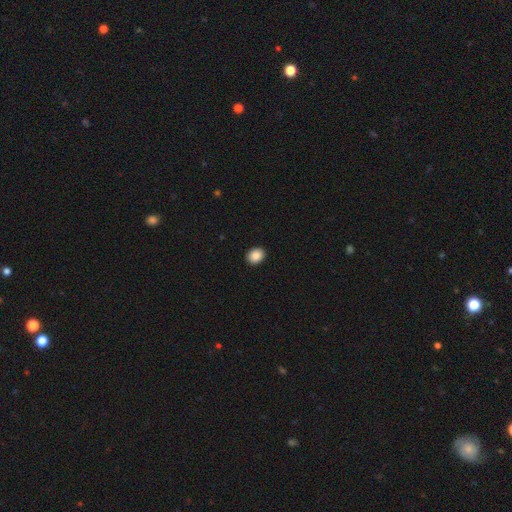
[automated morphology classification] Q: Smooth or featured?
A: smooth (88%); runner-up: star or artifact (8%)
Q: How rounded?
A: in between (52%); runner-up: round (47%)
Q: Merging?
A: none (92%); runner-up: minor disturbance (5%)